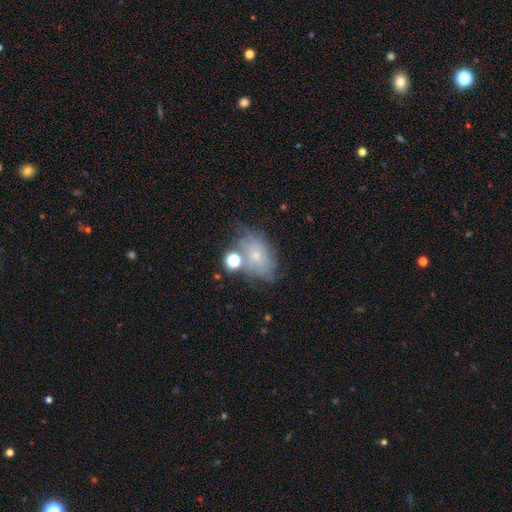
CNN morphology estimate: This appears to be a smooth galaxy with no disk features (51%) that is in between round and cigar-shaped (75%). Merging: none (47%).